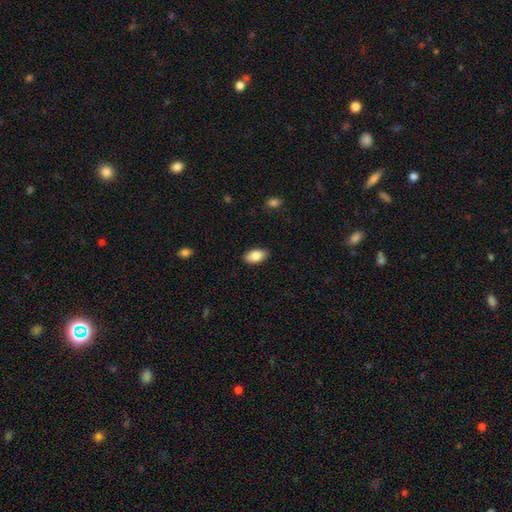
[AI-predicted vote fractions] Q: Smooth or featured?
A: smooth (84%); runner-up: featured or disk (9%)
Q: How rounded?
A: in between (94%); runner-up: round (4%)
Q: Merging?
A: none (88%); runner-up: minor disturbance (9%)